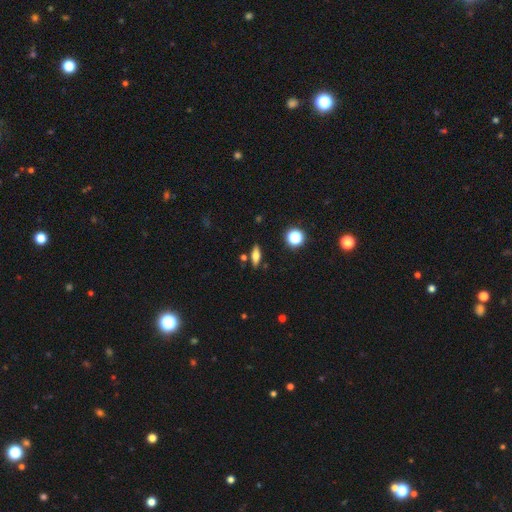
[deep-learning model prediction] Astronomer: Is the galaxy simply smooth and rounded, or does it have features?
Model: smooth — 60%.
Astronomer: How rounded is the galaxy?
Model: in between — 53% (runner-up: cigar-shaped, 39%).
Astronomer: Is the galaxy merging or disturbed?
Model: none — 83%.